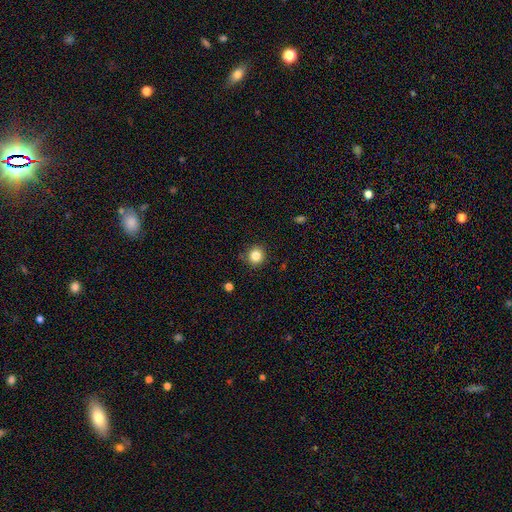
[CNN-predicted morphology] The model was most divided on "smooth or featured": smooth: 84%, star or artifact: 11%, featured or disk: 5%. More confident: how rounded — round (93%); merging — none (87%).